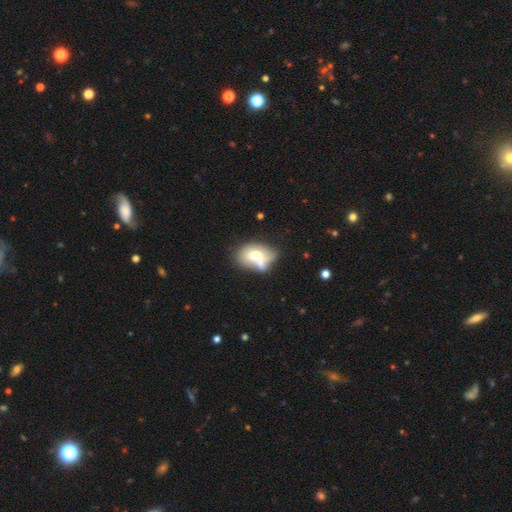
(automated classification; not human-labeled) The model was most divided on "merging": merger: 38%, none: 31%, minor disturbance: 19%, major disturbance: 11%. More confident: how rounded — in between (76%); smooth or featured — smooth (63%).